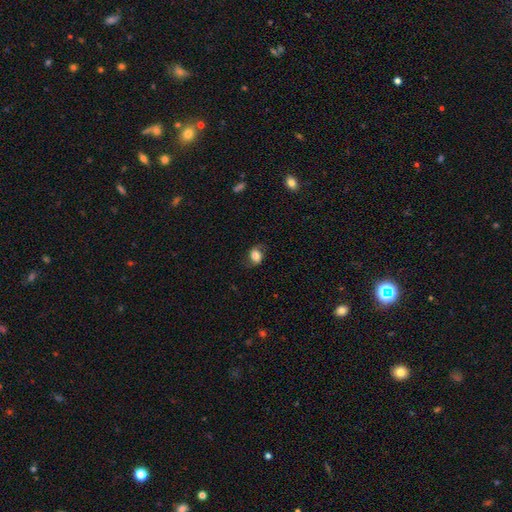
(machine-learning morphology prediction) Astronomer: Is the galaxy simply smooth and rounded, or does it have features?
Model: smooth — 70%.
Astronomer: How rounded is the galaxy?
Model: in between — 61% (runner-up: round, 38%).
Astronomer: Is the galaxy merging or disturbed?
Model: none — 69%.